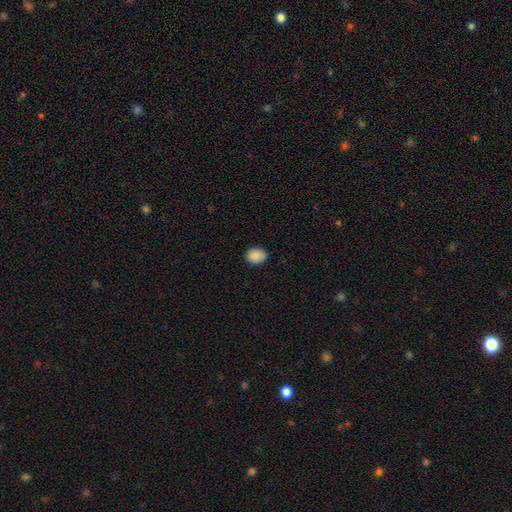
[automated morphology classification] smooth 89%, star or artifact 8%, featured or disk 3%. Down the decision tree: how rounded — in between (57%); merging — none (86%).